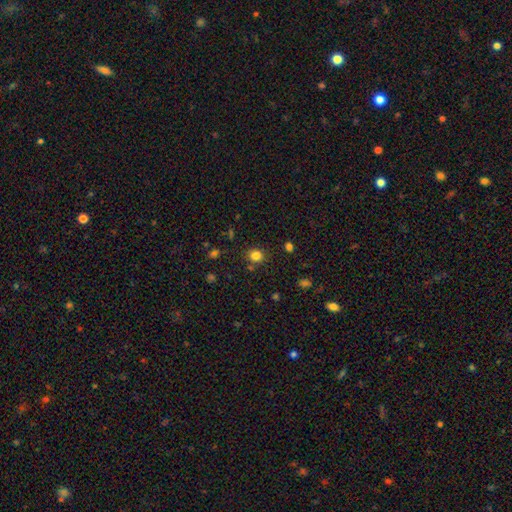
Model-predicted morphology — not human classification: Smooth or featured?
  - smooth: 81% *
  - star or artifact: 14%
  - featured or disk: 5%
How rounded?
  - round: 86% *
  - in between: 13%
  - cigar-shaped: 1%
Merging?
  - none: 84% *
  - minor disturbance: 9%
  - merger: 4%
  - major disturbance: 3%